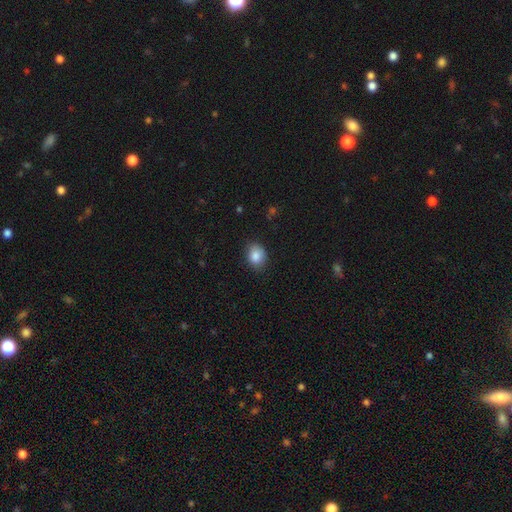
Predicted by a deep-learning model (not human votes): smooth_or_featured: smooth (p=0.86) [alt: star or artifact p=0.09]
how_rounded: in between (p=0.62) [alt: round p=0.37]
merging: none (p=0.82) [alt: minor disturbance p=0.14]